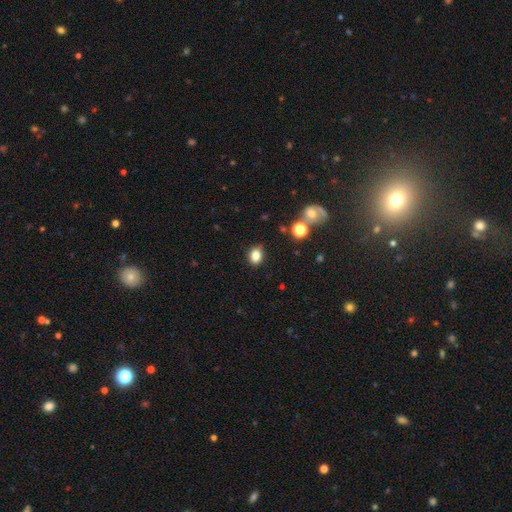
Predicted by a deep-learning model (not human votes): smooth 82%, star or artifact 12%, featured or disk 6%. Down the decision tree: how rounded — in between (59%); merging — none (85%).